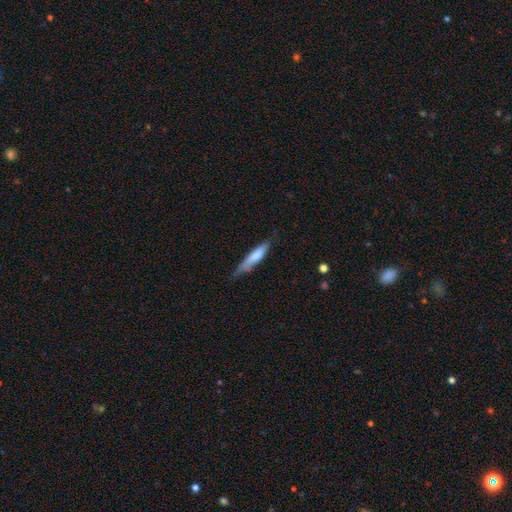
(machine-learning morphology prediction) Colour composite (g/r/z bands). It shows a smooth galaxy with no disk features (71%) that is cigar-shaped (85%). Merging: none (58%).